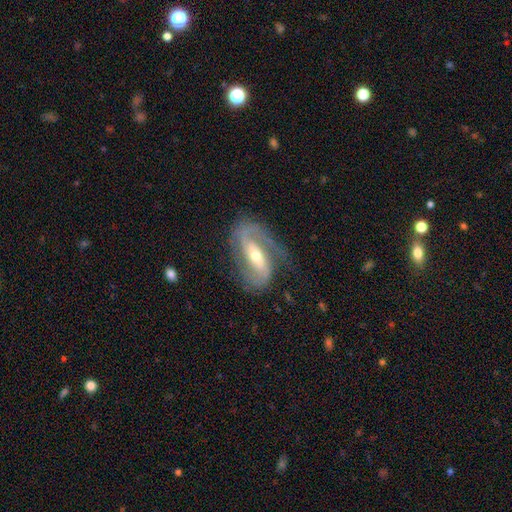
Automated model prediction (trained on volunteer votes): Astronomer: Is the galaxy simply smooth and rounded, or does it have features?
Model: featured or disk — 86%.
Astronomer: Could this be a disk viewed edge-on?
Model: no — 93%.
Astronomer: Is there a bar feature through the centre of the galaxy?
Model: strong — 55%.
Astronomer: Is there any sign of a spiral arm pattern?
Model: yes — 94%.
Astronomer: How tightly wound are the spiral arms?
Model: medium — 44% (runner-up: loose, 30%).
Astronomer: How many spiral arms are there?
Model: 2 — 83%.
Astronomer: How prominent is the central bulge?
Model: moderate — 52% (runner-up: small, 43%).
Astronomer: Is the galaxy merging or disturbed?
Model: none — 71%.